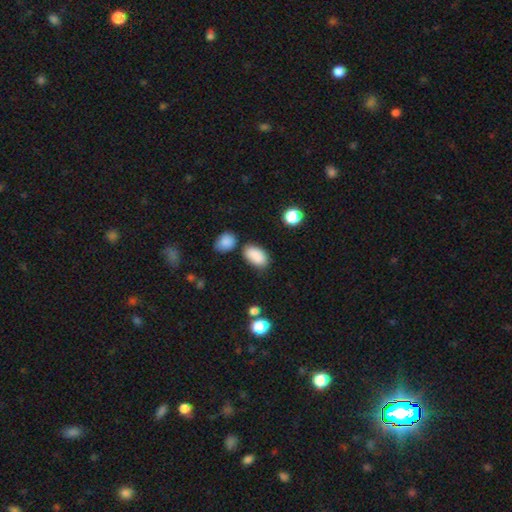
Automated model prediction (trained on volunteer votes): This appears to be a smooth galaxy with no disk features (88%) that is in between round and cigar-shaped (93%). Merging: none (73%).